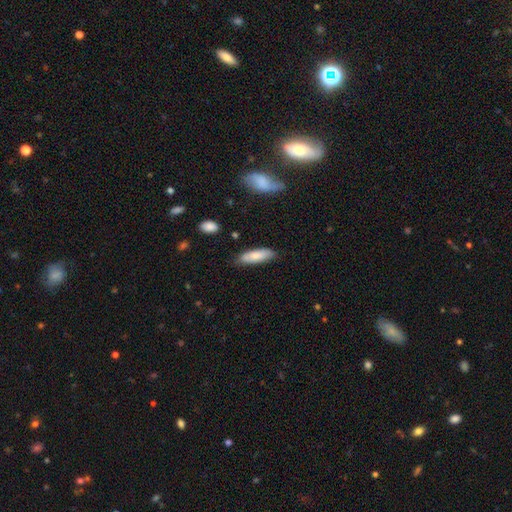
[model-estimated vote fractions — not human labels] smooth 79%, featured or disk 15%, star or artifact 6%. Down the decision tree: how rounded — in between (50%); merging — none (78%).